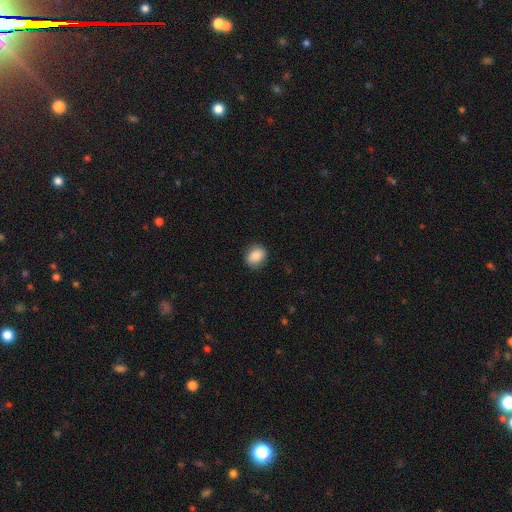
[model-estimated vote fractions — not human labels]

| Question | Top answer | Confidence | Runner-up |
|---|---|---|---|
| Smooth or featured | smooth | 85% | star or artifact (8%) |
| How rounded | in between | 50% | round (49%) |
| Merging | none | 86% | minor disturbance (11%) |